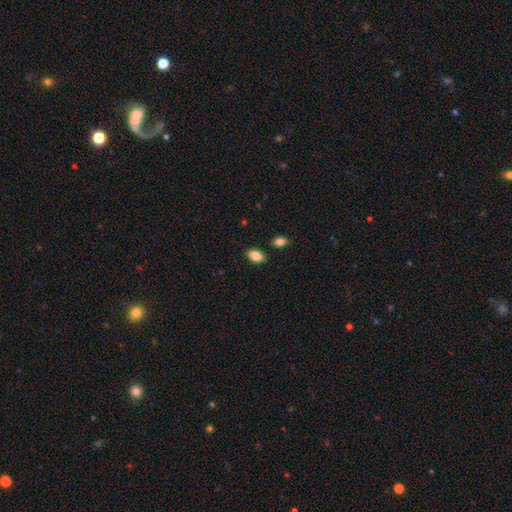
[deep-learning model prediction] smooth-or-featured: smooth: 85% | star or artifact: 8% | featured or disk: 7%
  how-rounded: in between: 91% | round: 7% | cigar-shaped: 2%
  merging: none: 86% | minor disturbance: 9% | merger: 3% | major disturbance: 2%